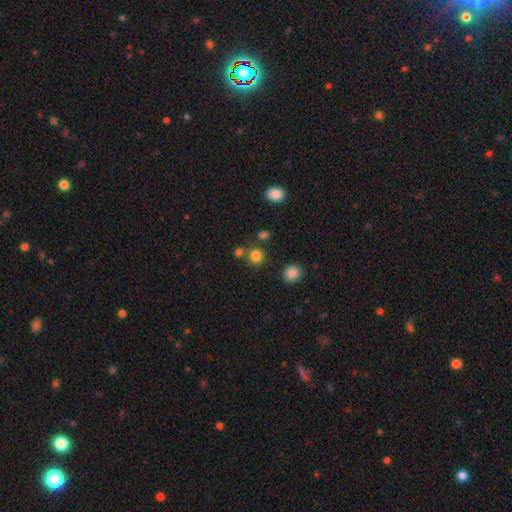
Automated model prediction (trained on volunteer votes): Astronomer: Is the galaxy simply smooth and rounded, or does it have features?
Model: smooth — 81%.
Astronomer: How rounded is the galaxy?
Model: round — 90%.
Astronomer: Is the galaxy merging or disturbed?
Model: none — 74%.